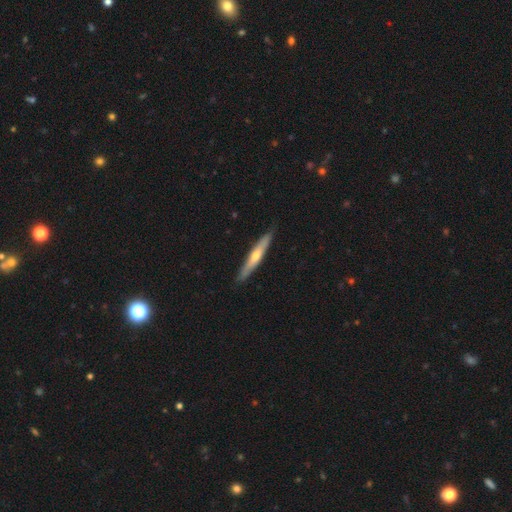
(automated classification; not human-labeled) smooth-or-featured: featured or disk: 55% | smooth: 39% | star or artifact: 6%
  disk-edge-on: yes: 93% | no: 7%
    edge-on-bulge: rounded: 78% | none: 19% | boxy: 3%
  merging: none: 90% | minor disturbance: 8% | major disturbance: 1% | merger: 1%